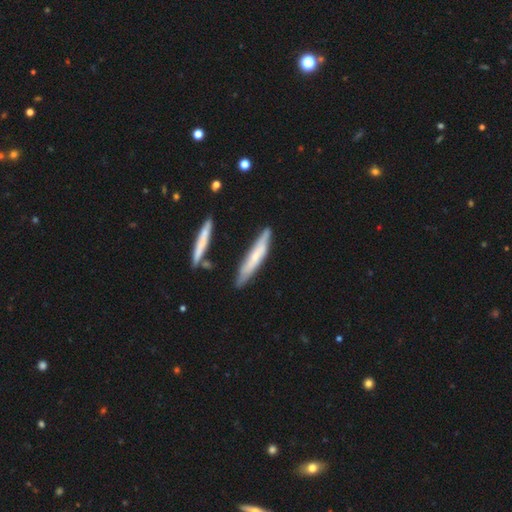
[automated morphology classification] A smooth galaxy with no disk features (50%). Merging: none (76%).